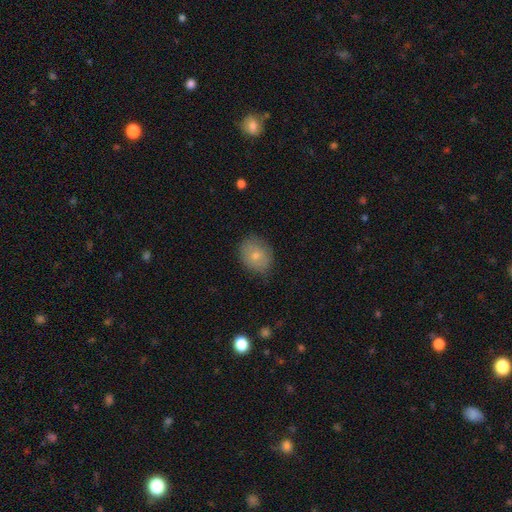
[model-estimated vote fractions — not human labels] Morphology: type=smooth (73%); roundness=round (50%); merging=none (76%).